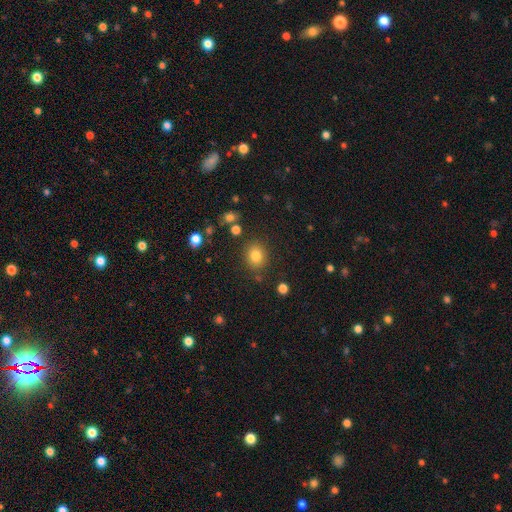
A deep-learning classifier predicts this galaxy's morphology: A smooth galaxy with no disk features (82%) that is round (72%).

Vote fractions:
- Smooth or featured? smooth: 82% / star or artifact: 12% / featured or disk: 6%
- How rounded? round: 72% / in between: 27% / cigar-shaped: 1%
- Merging? none: 84% / minor disturbance: 9% / merger: 4% / major disturbance: 3%